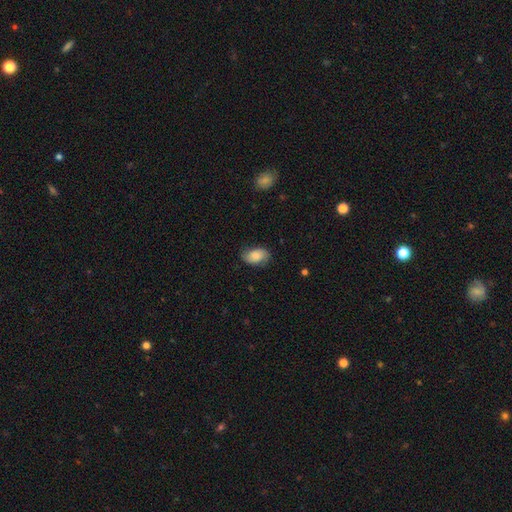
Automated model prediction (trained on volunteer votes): Smooth or featured? Predicted: smooth (p=0.73). How rounded? Predicted: in between (p=0.90). Merging? Predicted: none (p=0.75).